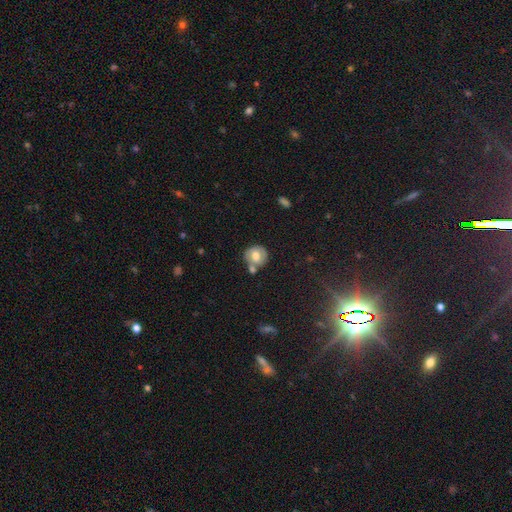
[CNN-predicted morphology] The model was most divided on "smooth or featured": smooth: 59%, featured or disk: 33%, star or artifact: 8%. More confident: how rounded — round (84%); merging — none (57%).